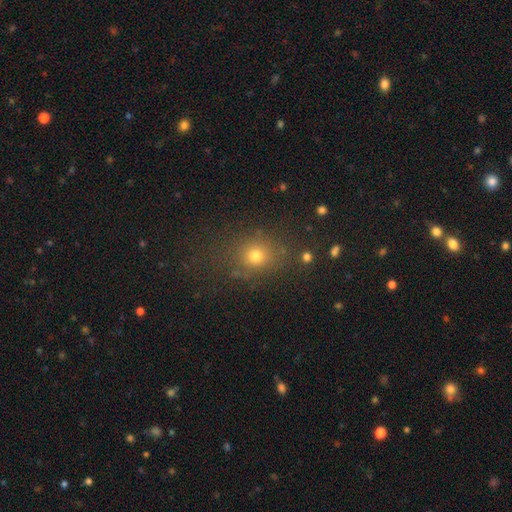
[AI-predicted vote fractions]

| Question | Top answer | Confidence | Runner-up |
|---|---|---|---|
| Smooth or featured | smooth | 72% | star or artifact (19%) |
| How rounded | round | 71% | in between (27%) |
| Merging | none | 77% | minor disturbance (13%) |